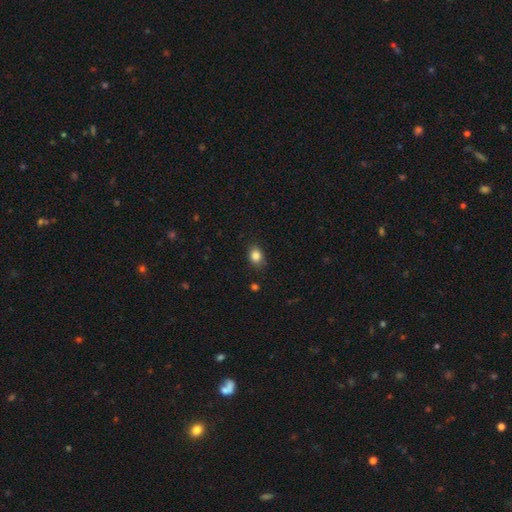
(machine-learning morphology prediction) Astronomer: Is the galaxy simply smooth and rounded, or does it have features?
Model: smooth — 85%.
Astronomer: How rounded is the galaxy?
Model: in between — 61% (runner-up: round, 38%).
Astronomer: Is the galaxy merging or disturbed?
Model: none — 82%.